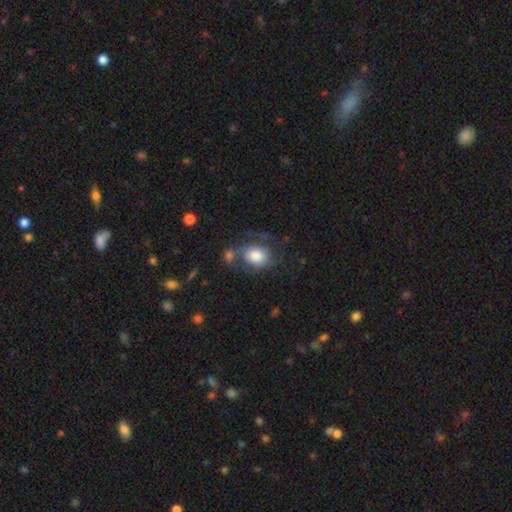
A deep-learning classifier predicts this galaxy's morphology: smooth 53%, featured or disk 38%, star or artifact 8%. Down the decision tree: how rounded — in between (53%); merging — none (44%).